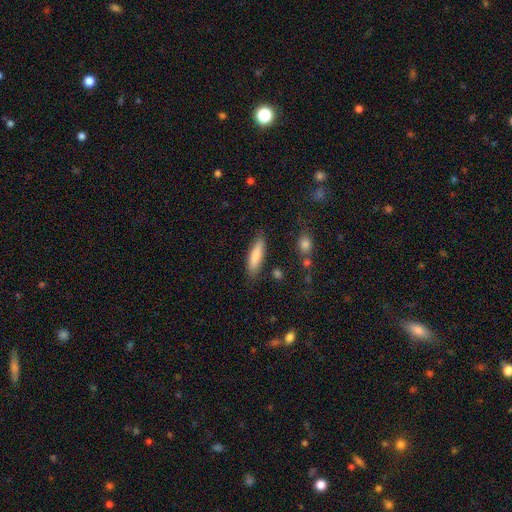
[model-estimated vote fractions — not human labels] Smooth or featured?
  - smooth: 79% *
  - featured or disk: 15%
  - star or artifact: 6%
How rounded?
  - cigar-shaped: 66% *
  - in between: 32%
  - round: 2%
Merging?
  - none: 83% *
  - minor disturbance: 11%
  - major disturbance: 3%
  - merger: 2%